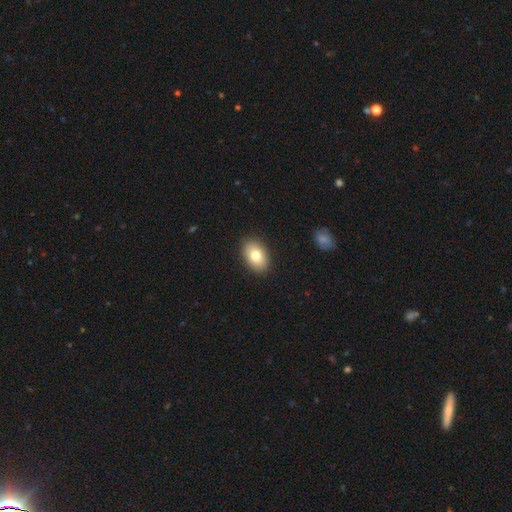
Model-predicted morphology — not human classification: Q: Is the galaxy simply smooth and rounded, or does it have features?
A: smooth — 79%.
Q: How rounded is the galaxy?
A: in between — 88%.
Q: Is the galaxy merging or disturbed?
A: none — 89%.